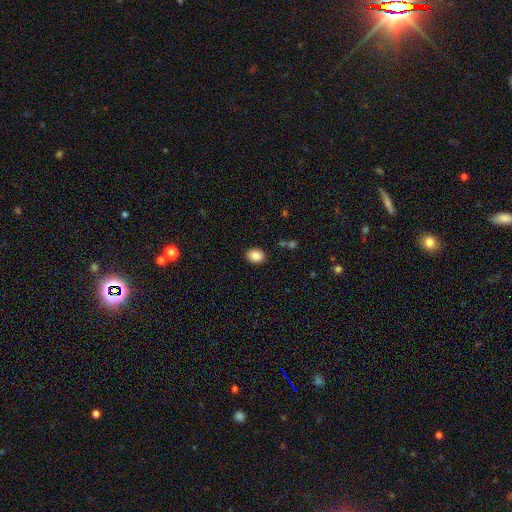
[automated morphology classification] smooth_or_featured: smooth (p=0.87) [alt: star or artifact p=0.08]
how_rounded: in between (p=0.63) [alt: round p=0.36]
merging: none (p=0.88) [alt: minor disturbance p=0.08]